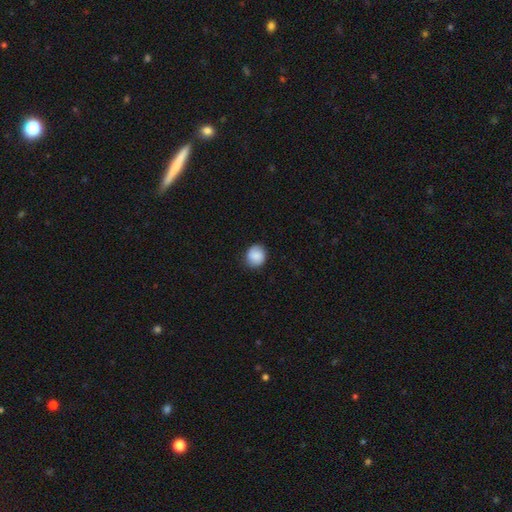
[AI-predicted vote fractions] Smooth or featured: smooth — 86% (star or artifact — 7%)
How rounded: round — 81% (in between — 18%)
Merging: none — 85% (minor disturbance — 12%)